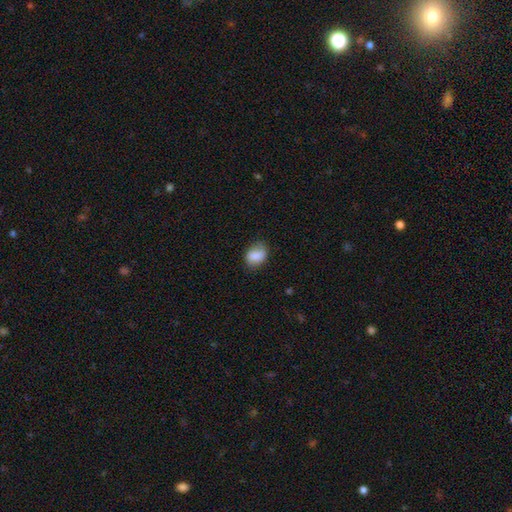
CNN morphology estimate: type=smooth (83%); roundness=in between (69%); merging=none (71%).